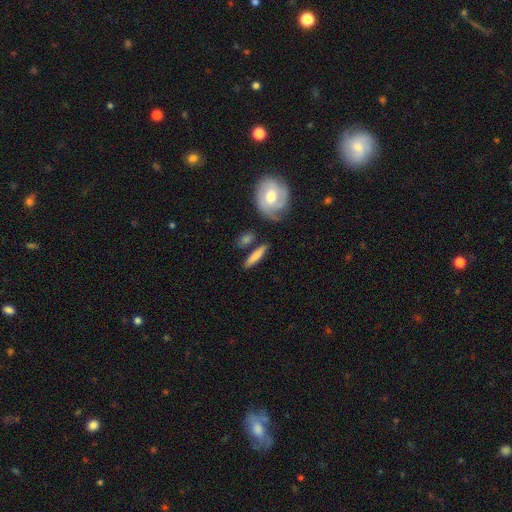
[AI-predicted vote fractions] Q: Smooth or featured?
A: smooth (69%); runner-up: featured or disk (25%)
Q: How rounded?
A: cigar-shaped (77%); runner-up: in between (19%)
Q: Merging?
A: none (77%); runner-up: minor disturbance (12%)